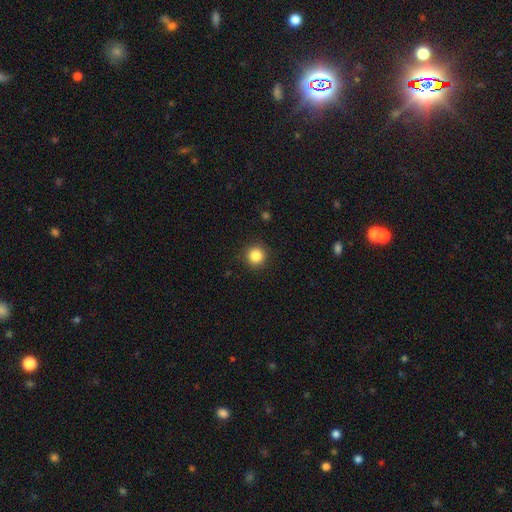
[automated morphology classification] Q: Smooth or featured?
A: smooth (85%); runner-up: star or artifact (11%)
Q: How rounded?
A: round (95%); runner-up: in between (4%)
Q: Merging?
A: none (91%); runner-up: minor disturbance (6%)